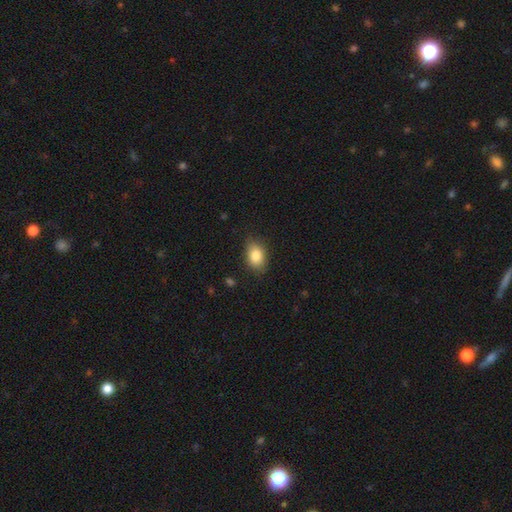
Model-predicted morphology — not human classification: This appears to be a smooth galaxy with no disk features (84%) that is in between round and cigar-shaped (79%). Merging: none (80%).